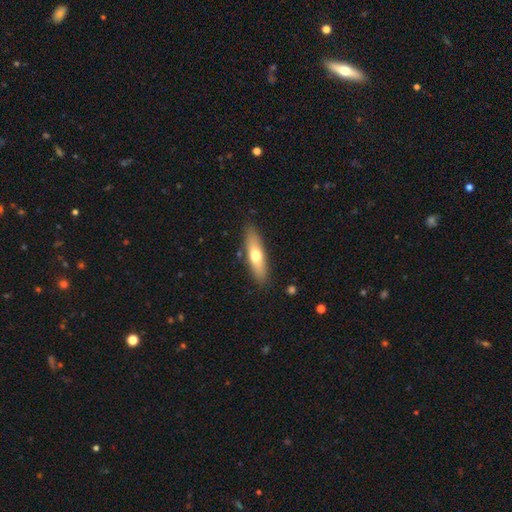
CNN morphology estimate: Overall: smooth (61%; featured or disk 33%). How rounded: cigar-shaped (59%; in between 38%). Merging: none (86%).